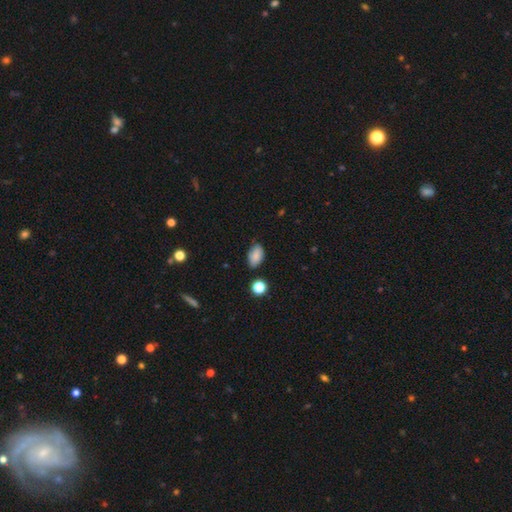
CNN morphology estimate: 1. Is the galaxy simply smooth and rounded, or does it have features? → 82% smooth, 9% star or artifact, 9% featured or disk.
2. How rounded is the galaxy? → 89% in between, 9% round, 2% cigar-shaped.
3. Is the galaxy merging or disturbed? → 64% none, 28% minor disturbance, 5% major disturbance, 3% merger.